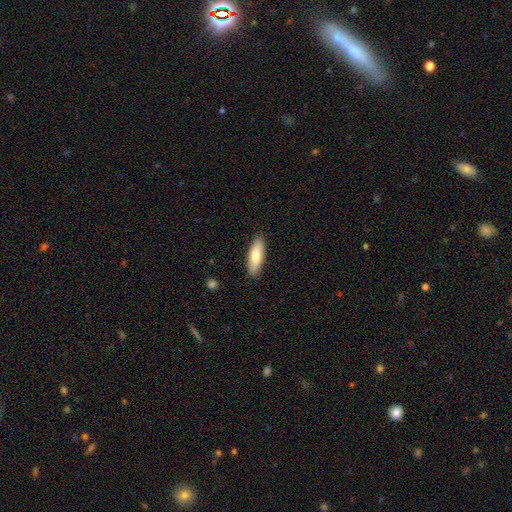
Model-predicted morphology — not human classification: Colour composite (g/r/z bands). It shows a smooth galaxy with no disk features (78%) that is in between round and cigar-shaped (59%). Merging: none (88%).